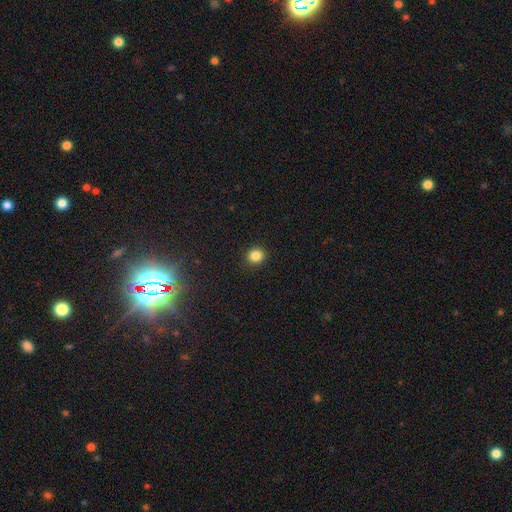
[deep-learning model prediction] Smooth or featured? Predicted: smooth (p=0.85). How rounded? Predicted: round (p=0.83). Merging? Predicted: none (p=0.91).